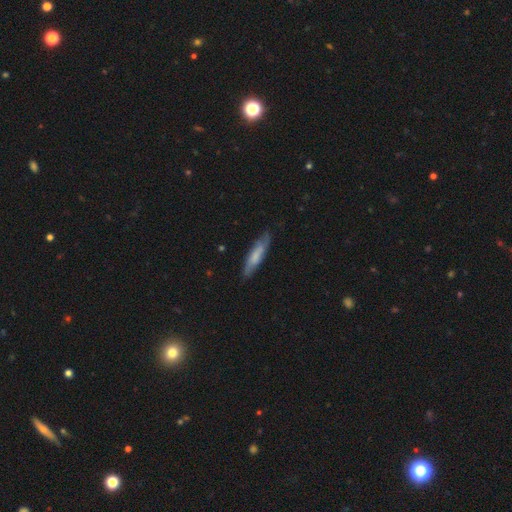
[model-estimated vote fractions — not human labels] This is possibly a smooth galaxy (60%). How rounded: likely cigar-shaped (79%). Merging: likely none (79%).